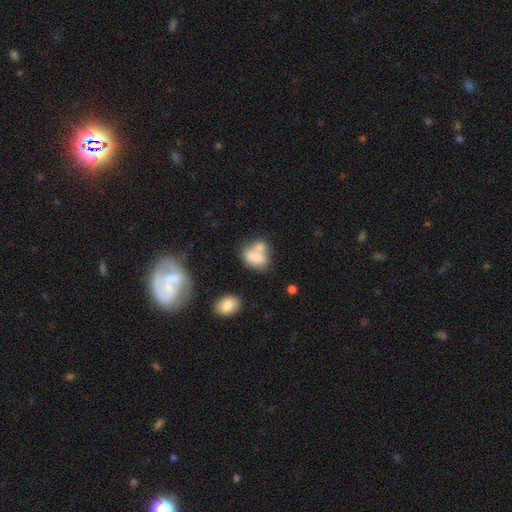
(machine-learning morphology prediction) type=smooth (73%); roundness=in between (75%); merging=merger (50%).